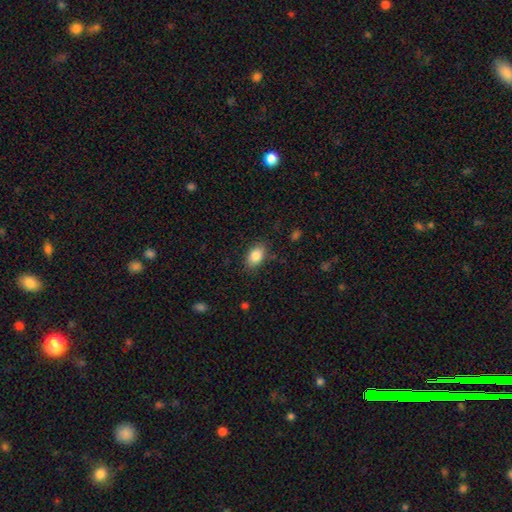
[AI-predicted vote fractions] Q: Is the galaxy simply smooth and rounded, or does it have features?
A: smooth — 86%.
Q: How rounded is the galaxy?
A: in between — 88%.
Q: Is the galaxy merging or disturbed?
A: none — 84%.